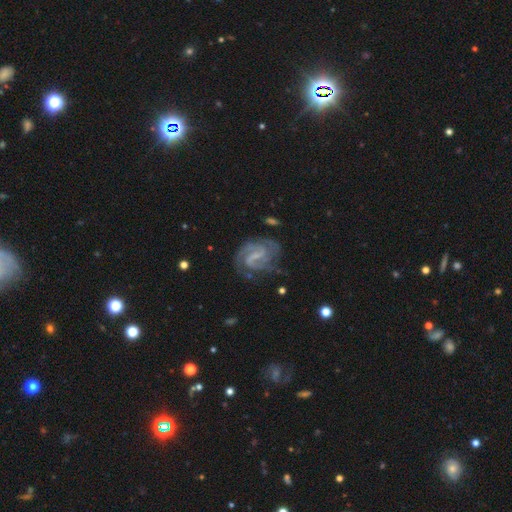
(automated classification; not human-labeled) The model was most divided on "spiral winding": medium: 46%, tight: 42%, loose: 12%. Remaining: edge-on disk — no (98%); spiral arms — yes (97%); smooth or featured — featured or disk (88%); spiral arm count — 2 (69%); merging — none (65%); bar — weak (52%); bulge size — small (49%).